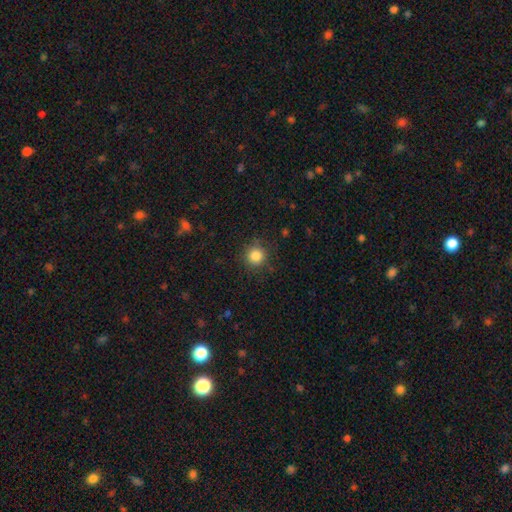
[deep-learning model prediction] The model was most divided on "smooth or featured": smooth: 85%, star or artifact: 11%, featured or disk: 4%. More confident: how rounded — round (94%); merging — none (88%).